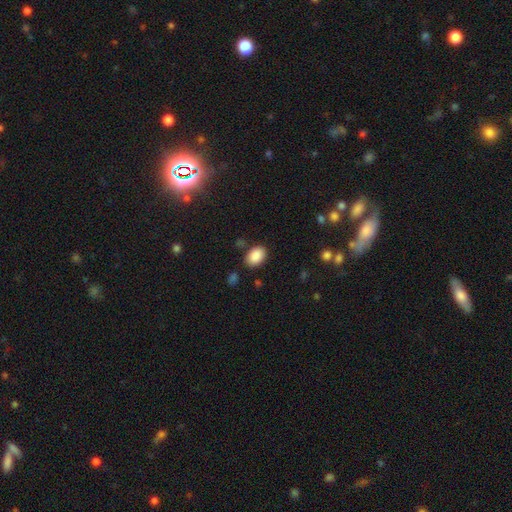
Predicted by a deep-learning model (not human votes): smooth-or-featured: smooth: 89% | star or artifact: 8% | featured or disk: 3%
  how-rounded: in between: 84% | round: 15% | cigar-shaped: 1%
  merging: none: 82% | minor disturbance: 12% | major disturbance: 3% | merger: 3%